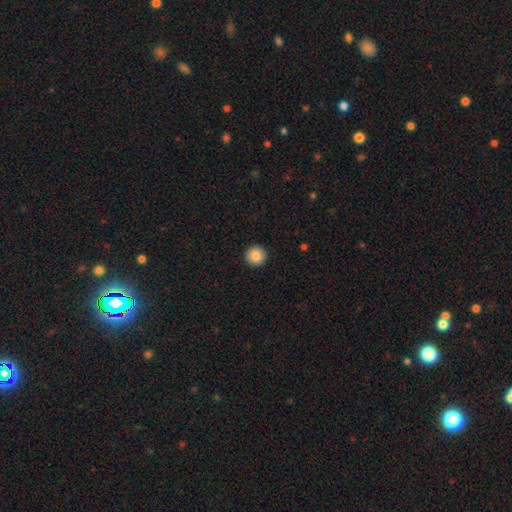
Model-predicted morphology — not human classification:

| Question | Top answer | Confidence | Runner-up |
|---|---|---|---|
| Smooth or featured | smooth | 85% | star or artifact (8%) |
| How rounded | round | 96% | in between (3%) |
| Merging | none | 93% | minor disturbance (4%) |